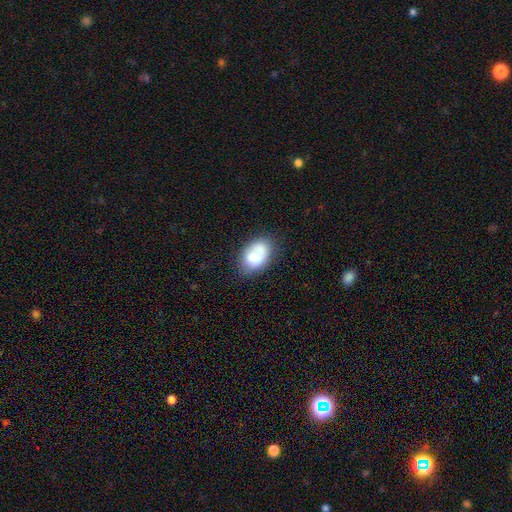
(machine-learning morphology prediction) This is likely a smooth galaxy (69%). How rounded: clearly in between (83%). Merging: possibly none (56%).